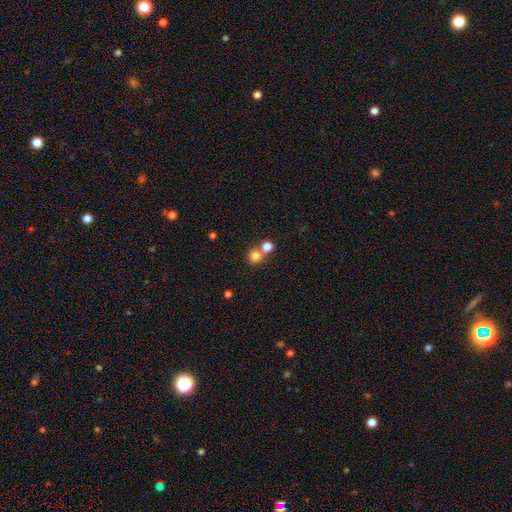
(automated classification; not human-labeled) A smooth galaxy with no disk features (79%) that is round (90%). Merging: none (54%).